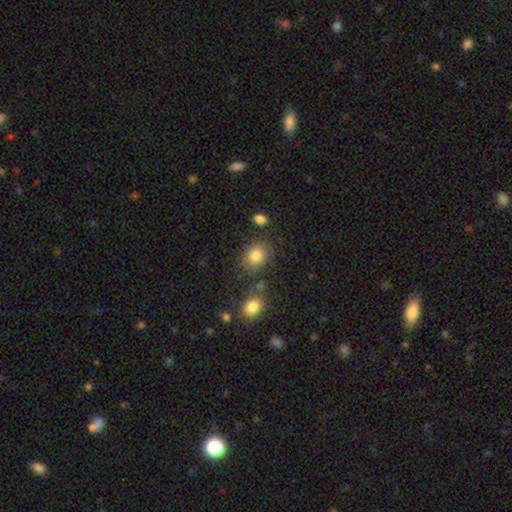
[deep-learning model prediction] This is clearly a smooth galaxy (83%). How rounded: possibly round (53%). Merging: likely none (77%).